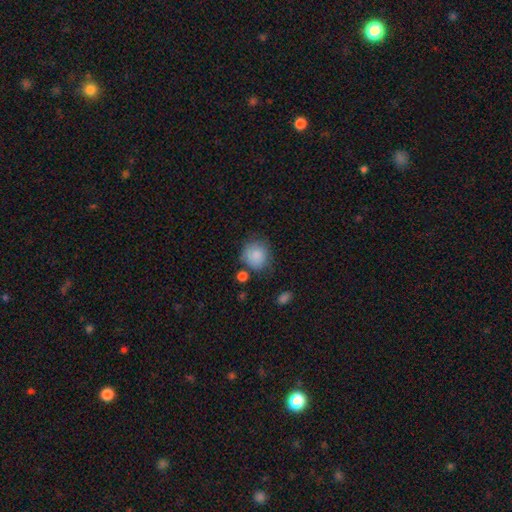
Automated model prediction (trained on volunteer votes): A smooth galaxy with no disk features (86%) that is round (85%).

Vote fractions:
- Smooth or featured? smooth: 86% / star or artifact: 8% / featured or disk: 6%
- How rounded? round: 85% / in between: 14% / cigar-shaped: 1%
- Merging? none: 70% / minor disturbance: 18% / merger: 6% / major disturbance: 6%